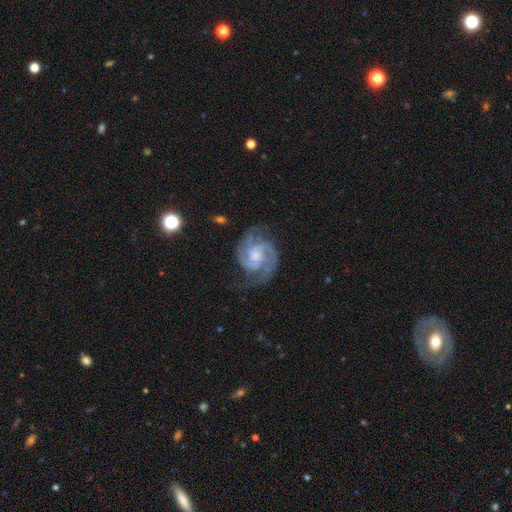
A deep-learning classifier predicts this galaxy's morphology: type=featured or disk (90%); edge-on=no (98%); bar=no (61%); spiral arms=yes (98%); winding=medium (48%); arm count=2 (63%); bulge=small (45%); merging=none (69%).